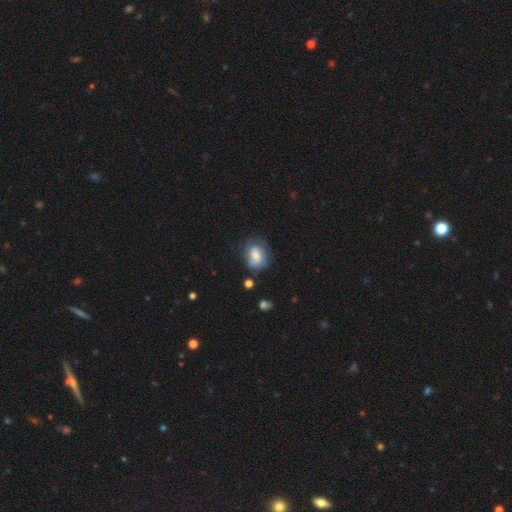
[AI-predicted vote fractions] smooth_or_featured: smooth (p=0.64) [alt: featured or disk p=0.27]
how_rounded: in between (p=0.65) [alt: round p=0.33]
merging: none (p=0.56) [alt: minor disturbance p=0.28]